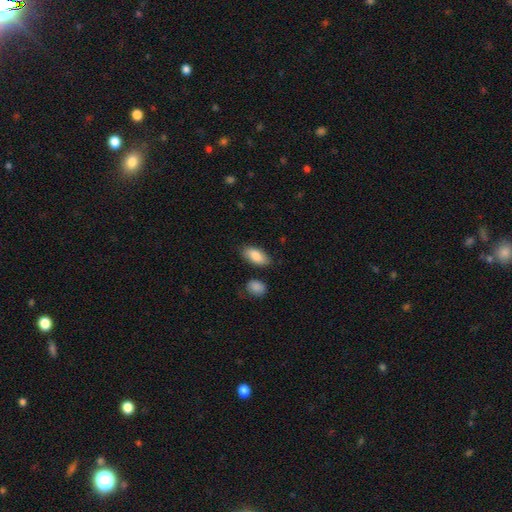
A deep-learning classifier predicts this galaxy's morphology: Smooth or featured? smooth (85%)
How rounded? in between (91%)
Merging? none (80%)